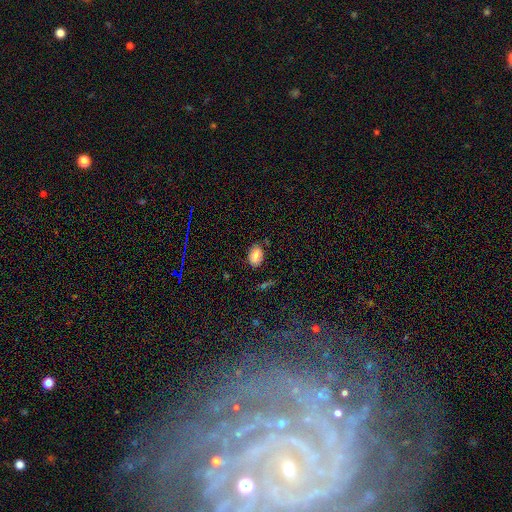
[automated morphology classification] Smooth or featured? smooth (75%)
How rounded? in between (87%)
Merging? none (78%)